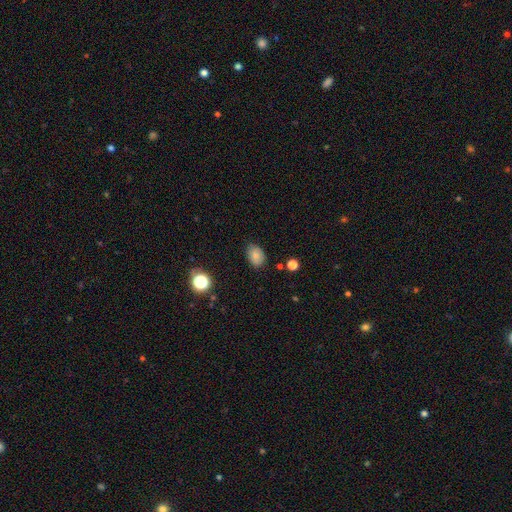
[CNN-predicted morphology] Smooth or featured? smooth (79%)
How rounded? in between (75%)
Merging? none (79%)